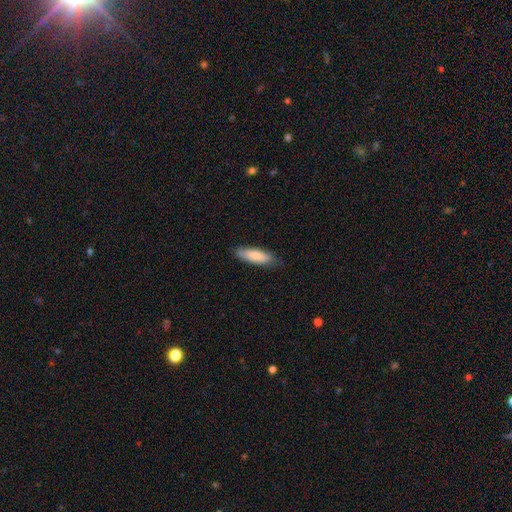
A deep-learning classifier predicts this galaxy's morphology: type=smooth (79%); roundness=cigar-shaped (49%, tied with in between); merging=none (79%).